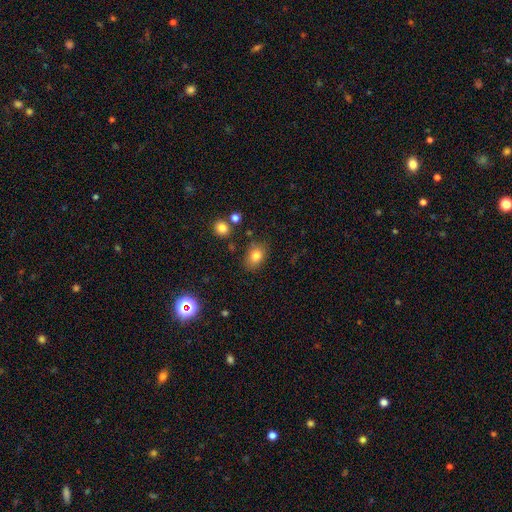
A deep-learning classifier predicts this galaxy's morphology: Q: Smooth or featured?
A: smooth (81%); runner-up: star or artifact (11%)
Q: How rounded?
A: in between (73%); runner-up: round (26%)
Q: Merging?
A: none (80%); runner-up: minor disturbance (13%)